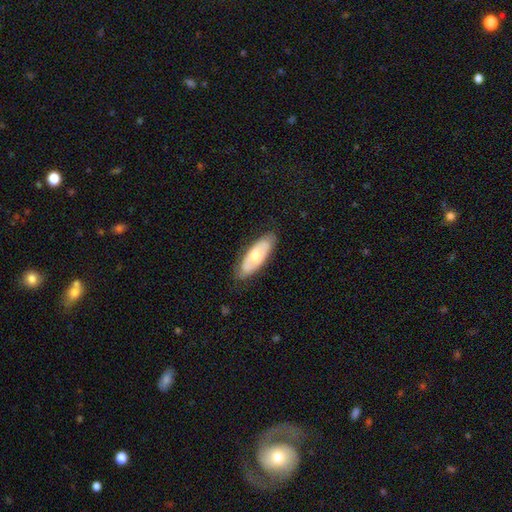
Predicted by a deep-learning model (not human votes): This is possibly a smooth galaxy (50%). How rounded: likely in between (73%). Merging: likely none (79%).